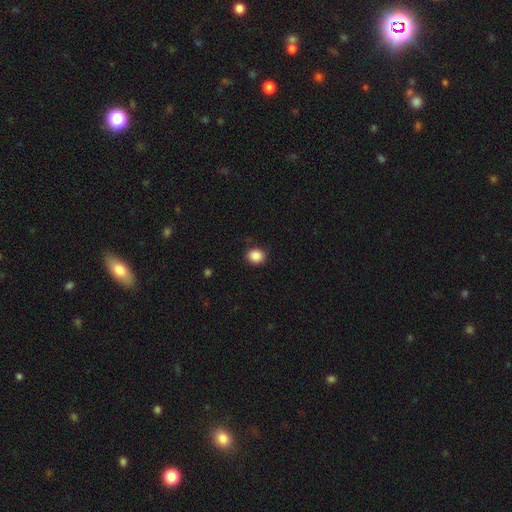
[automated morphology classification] smooth-or-featured: smooth: 88% | star or artifact: 9% | featured or disk: 3%
  how-rounded: round: 70% | in between: 29% | cigar-shaped: 1%
  merging: none: 85% | minor disturbance: 11% | major disturbance: 3% | merger: 1%